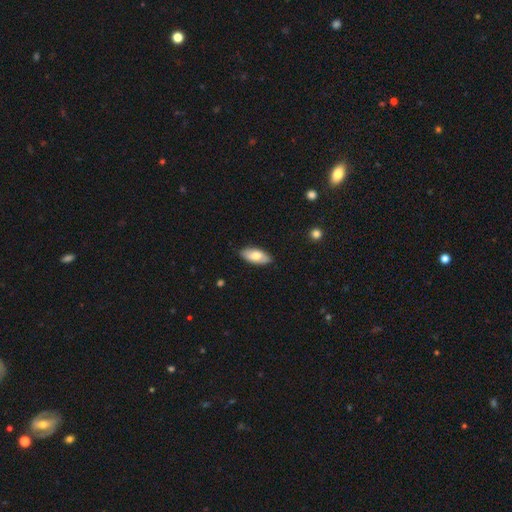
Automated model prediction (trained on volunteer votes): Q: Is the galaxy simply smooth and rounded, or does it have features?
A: smooth — 73%.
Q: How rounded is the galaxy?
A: in between — 90%.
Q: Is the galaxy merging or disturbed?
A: none — 85%.